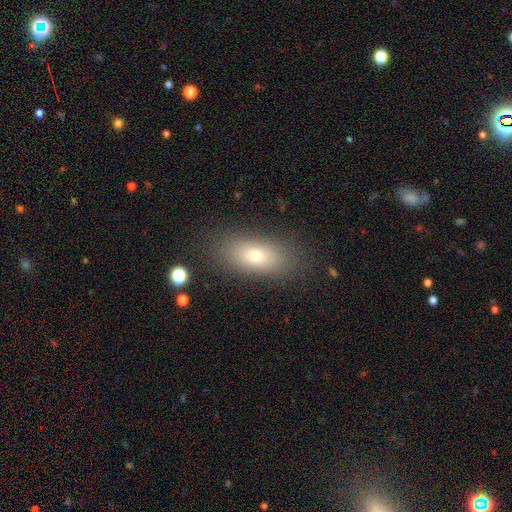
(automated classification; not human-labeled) A smooth galaxy with no disk features (72%) that is in between round and cigar-shaped (79%).

Vote fractions:
- Smooth or featured? smooth: 72% / featured or disk: 17% / star or artifact: 11%
- How rounded? in between: 79% / cigar-shaped: 14% / round: 7%
- Merging? none: 84% / minor disturbance: 10% / major disturbance: 4% / merger: 2%